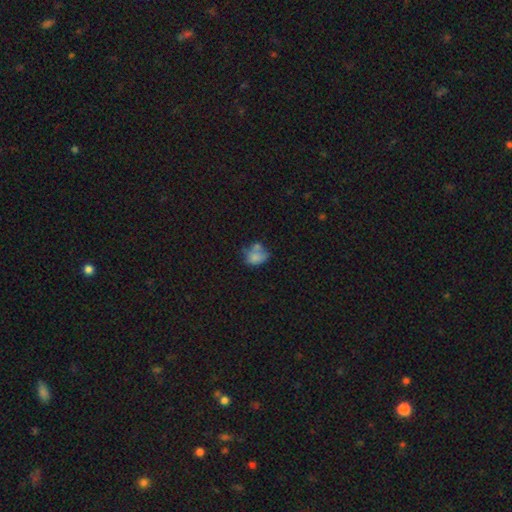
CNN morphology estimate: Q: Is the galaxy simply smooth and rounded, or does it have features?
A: smooth — 70%.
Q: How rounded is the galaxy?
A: in between — 59%.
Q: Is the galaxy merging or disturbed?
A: none — 36%.